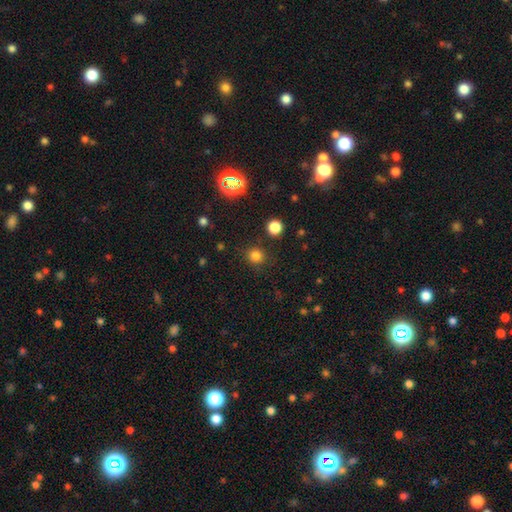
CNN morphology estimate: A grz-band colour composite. It shows a smooth galaxy with no disk features (80%) that is round (89%). Merging: none (86%).